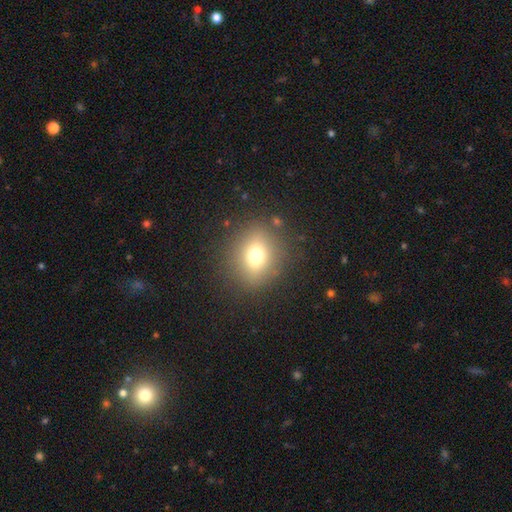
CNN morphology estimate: smooth-or-featured: smooth: 71% | star or artifact: 15% | featured or disk: 13%
  how-rounded: round: 75% | in between: 24% | cigar-shaped: 1%
  merging: none: 85% | minor disturbance: 9% | major disturbance: 4% | merger: 2%